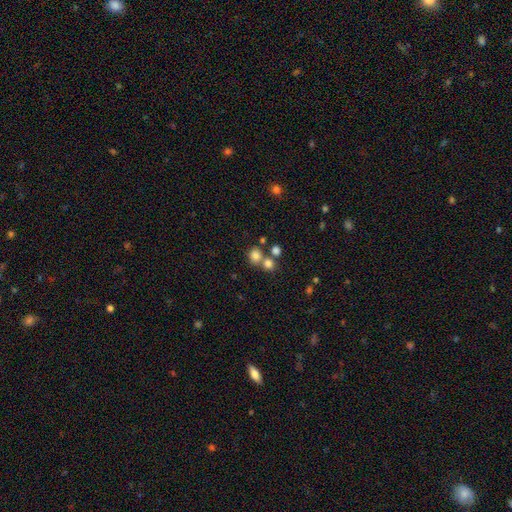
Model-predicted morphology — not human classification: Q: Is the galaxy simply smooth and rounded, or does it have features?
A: smooth — 76%.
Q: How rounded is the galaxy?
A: round — 84%.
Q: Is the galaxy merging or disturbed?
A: none — 55%.